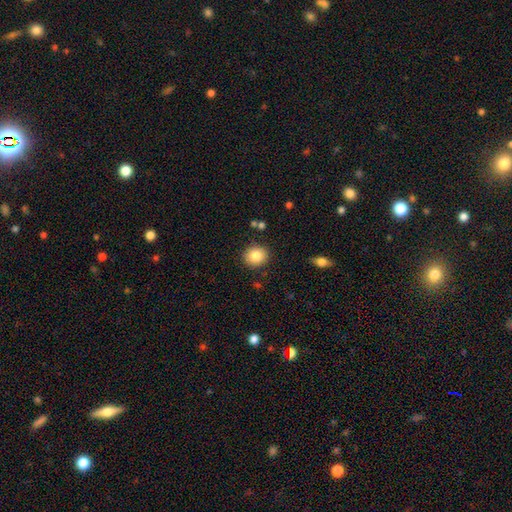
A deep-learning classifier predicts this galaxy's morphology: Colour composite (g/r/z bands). It shows a smooth galaxy with no disk features (85%) that is round (80%). Merging: none (88%).